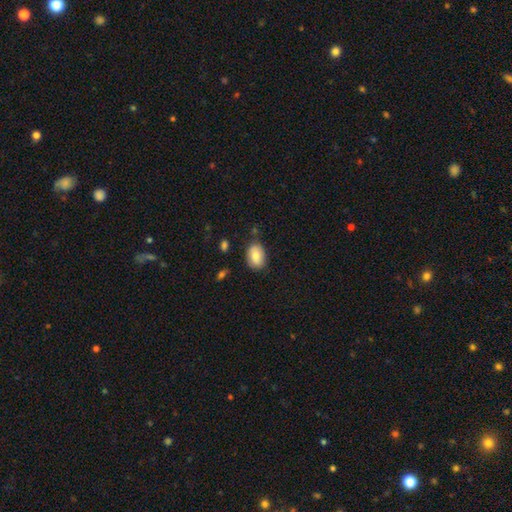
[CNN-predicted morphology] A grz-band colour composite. It shows a smooth galaxy with no disk features (80%) that is in between round and cigar-shaped (80%). Merging: none (76%).